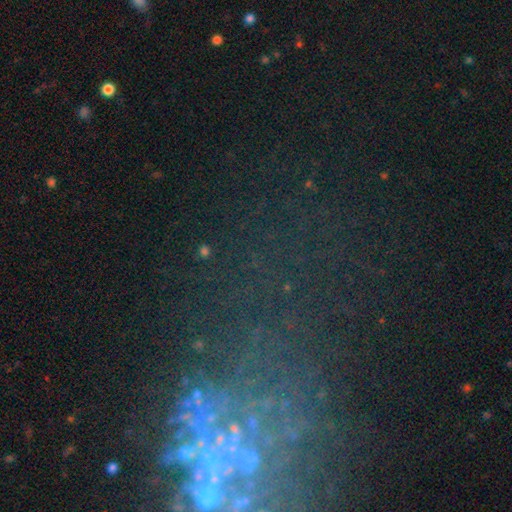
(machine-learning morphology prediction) Smooth or featured? Predicted: star or artifact (p=0.61).